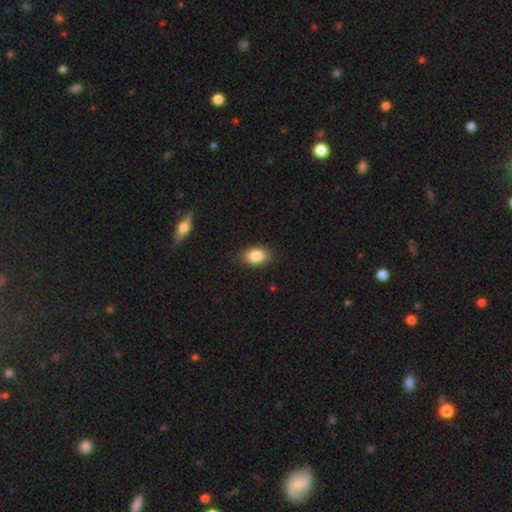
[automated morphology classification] Smooth or featured? Predicted: smooth (p=0.86). How rounded? Predicted: in between (p=0.87). Merging? Predicted: none (p=0.85).